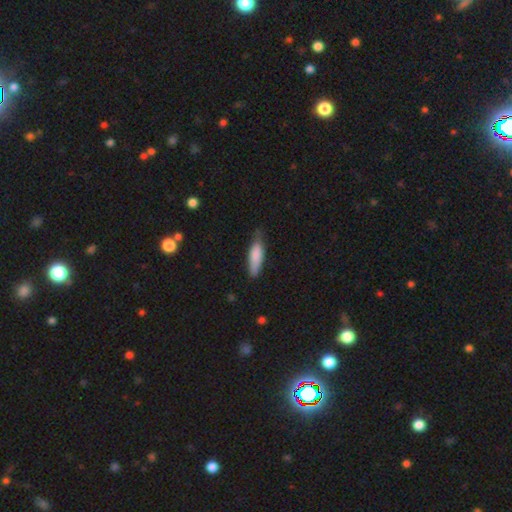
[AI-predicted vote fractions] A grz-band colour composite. It shows a smooth galaxy with no disk features (82%) that is cigar-shaped (53%). Merging: none (61%).